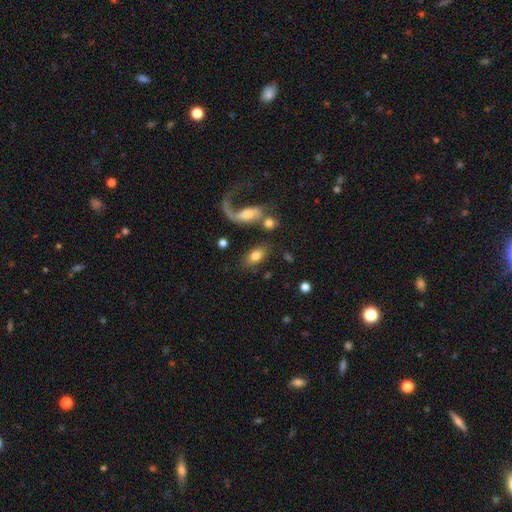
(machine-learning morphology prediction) A smooth galaxy with no disk features (72%) that is in between round and cigar-shaped (87%). Merging: none (62%).